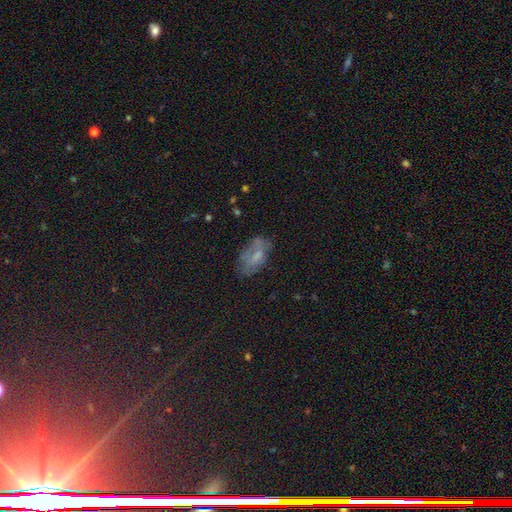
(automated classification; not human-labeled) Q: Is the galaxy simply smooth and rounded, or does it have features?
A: smooth — 49%.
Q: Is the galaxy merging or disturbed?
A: none — 57%.